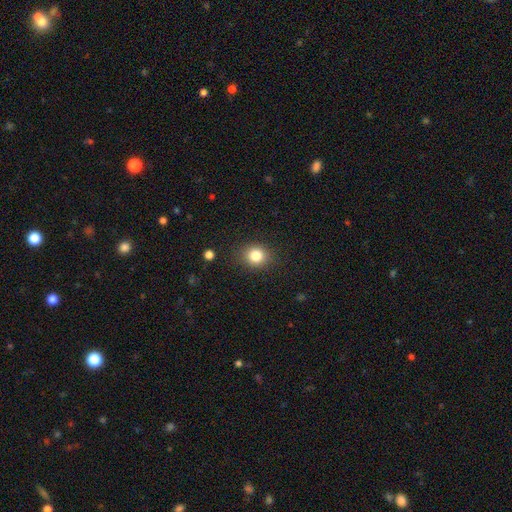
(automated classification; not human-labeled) Morphology: type=smooth (82%); roundness=round (73%); merging=none (87%).